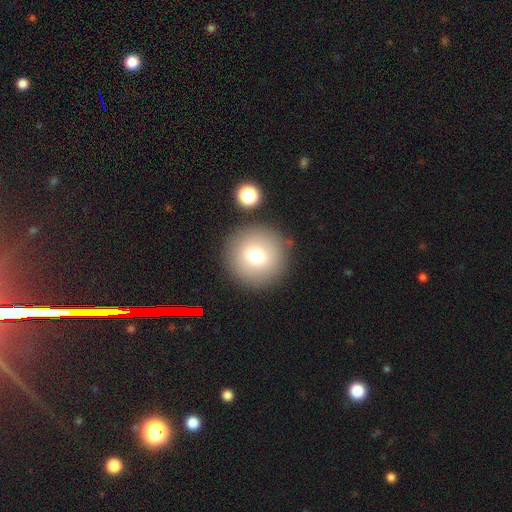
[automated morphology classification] This is likely a smooth galaxy (72%). How rounded: clearly round (95%). Merging: clearly none (85%).